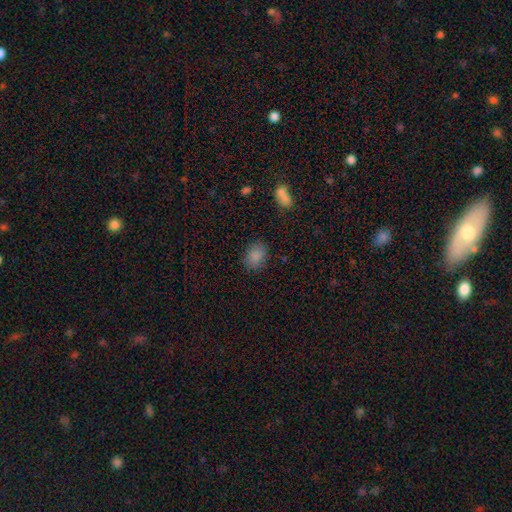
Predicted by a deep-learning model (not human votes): This appears to be a smooth galaxy with no disk features (85%) that is in between round and cigar-shaped (66%). Merging: none (83%).